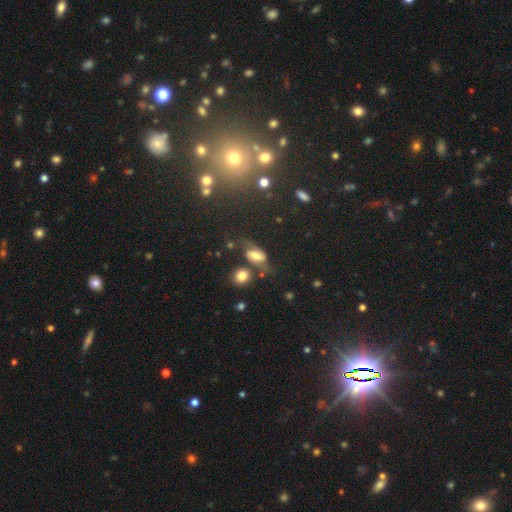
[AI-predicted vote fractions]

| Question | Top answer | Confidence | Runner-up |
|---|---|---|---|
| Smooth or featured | featured or disk | 44% | smooth (43%) |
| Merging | none | 56% | minor disturbance (21%) |